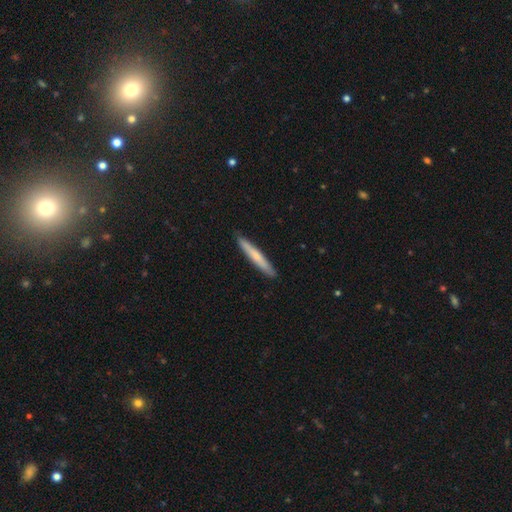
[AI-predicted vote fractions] smooth_or_featured: smooth (p=0.66) [alt: featured or disk p=0.29]
how_rounded: cigar-shaped (p=0.95) [alt: in between p=0.03]
merging: none (p=0.91) [alt: minor disturbance p=0.07]